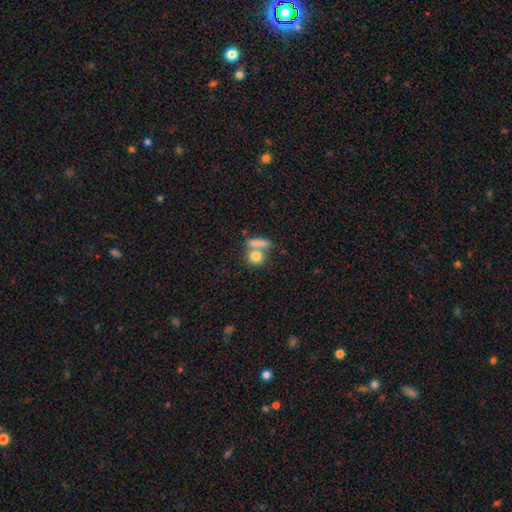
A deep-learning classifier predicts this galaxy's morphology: This appears to be a smooth galaxy with no disk features (81%) that is round (61%). Merging: none (45%).